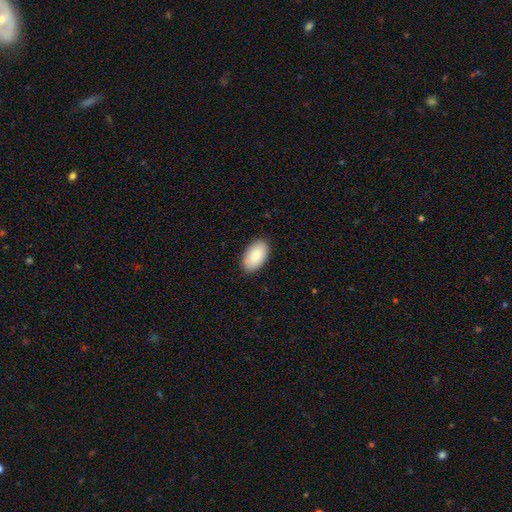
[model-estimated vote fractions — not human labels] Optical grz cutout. It shows a smooth galaxy with no disk features (85%) that is in between round and cigar-shaped (95%). Merging: none (88%).